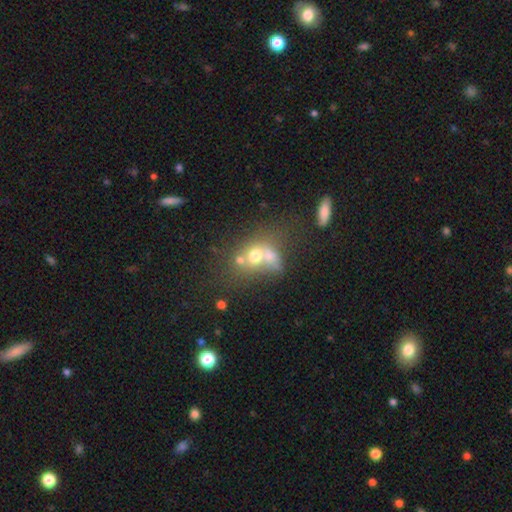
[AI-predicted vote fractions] Morphology: type=smooth (56%); roundness=round (60%); merging=merger (61%).